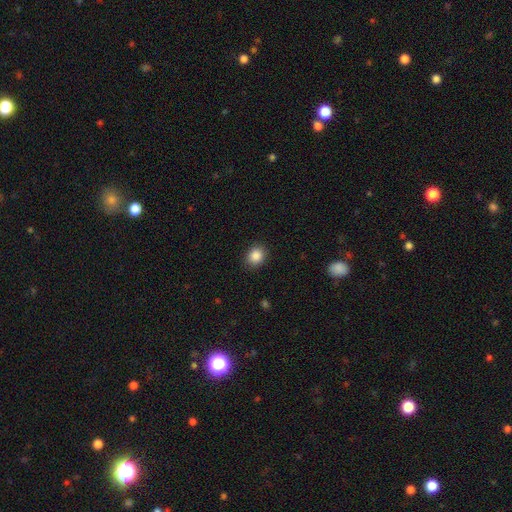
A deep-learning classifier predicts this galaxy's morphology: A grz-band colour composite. It shows a smooth galaxy with no disk features (87%) that is round (72%). Merging: none (90%).